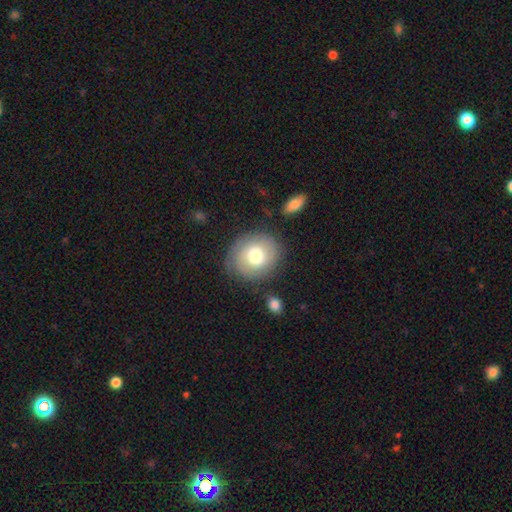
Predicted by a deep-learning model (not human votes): This is likely a smooth galaxy (67%). How rounded: likely round (79%). Merging: likely none (78%).